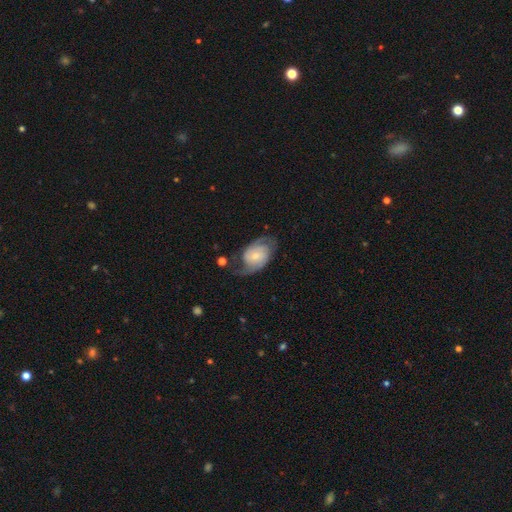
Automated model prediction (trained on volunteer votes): smooth-or-featured: featured or disk: 76% | smooth: 18% | star or artifact: 6%
  disk-edge-on: no: 97% | yes: 3%
    bar: no: 61% | weak: 33% | strong: 7%
    has-spiral-arms: yes: 93% | no: 7%
      spiral-winding: medium: 43% | tight: 33% | loose: 24%
      spiral-arm-count: 2: 82% | can't tell: 9% | 1: 3% | 3: 3% | 4: 1% | more than 4: 1%
    bulge-size: small: 57% | moderate: 36% | large: 3% | none: 3% | dominant: 1%
  merging: none: 60% | minor disturbance: 22% | major disturbance: 15% | merger: 3%